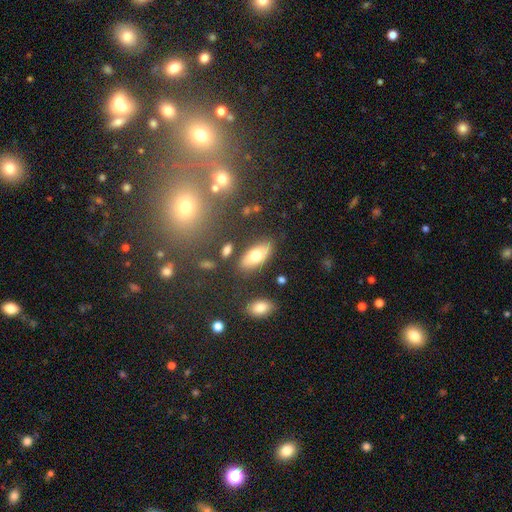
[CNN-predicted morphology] A smooth galaxy with no disk features (71%) that is in between round and cigar-shaped (84%).

Vote fractions:
- Smooth or featured? smooth: 71% / featured or disk: 21% / star or artifact: 8%
- How rounded? in between: 84% / cigar-shaped: 13% / round: 3%
- Merging? none: 80% / minor disturbance: 12% / merger: 5% / major disturbance: 3%